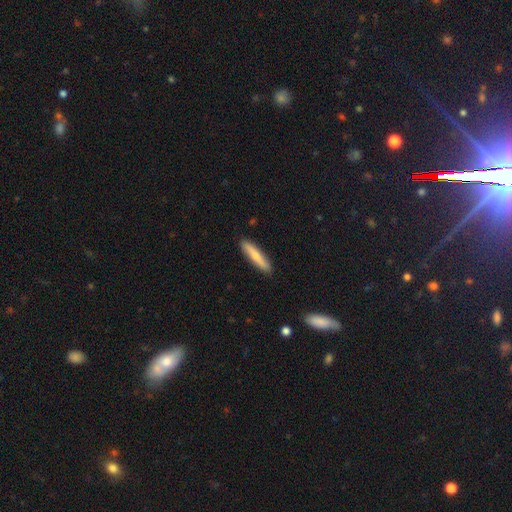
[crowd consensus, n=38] Smooth or featured: smooth — 55% (featured or disk — 39%)
How rounded: cigar-shaped — 95% (in between — 5%)
Merging: none — 78% (minor disturbance — 11%)